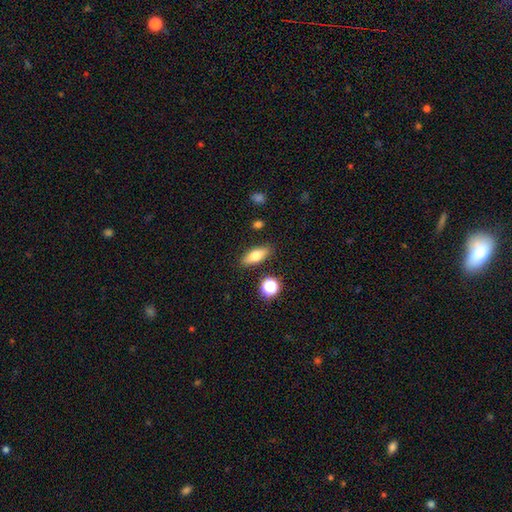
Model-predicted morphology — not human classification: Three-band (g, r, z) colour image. It shows a smooth galaxy with no disk features (71%) that is in between round and cigar-shaped (68%). Merging: none (85%).